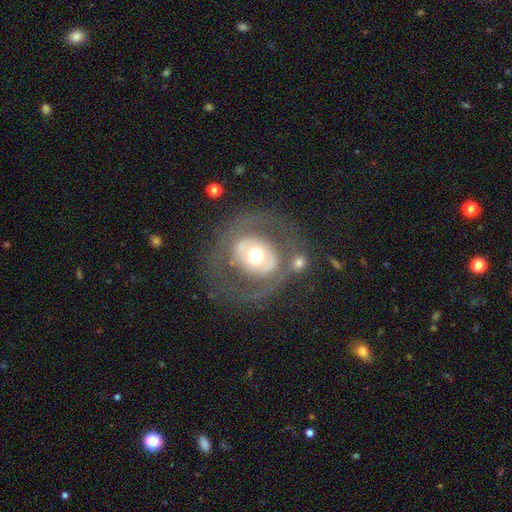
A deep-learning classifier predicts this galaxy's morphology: Smooth or featured? featured or disk (60%)
Edge-on disk? no (95%)
Bar? no (82%)
Spiral arms? no (75%)
Bulge size? moderate (59%)
Merging? none (67%)